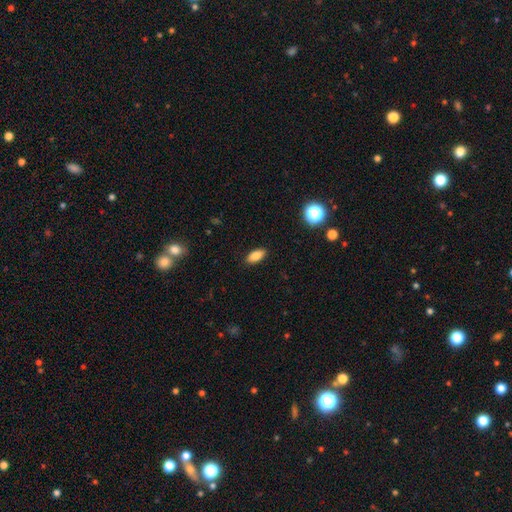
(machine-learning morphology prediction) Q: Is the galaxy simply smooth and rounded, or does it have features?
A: smooth — 82%.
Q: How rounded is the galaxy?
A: in between — 86%.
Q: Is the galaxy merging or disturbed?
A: none — 89%.